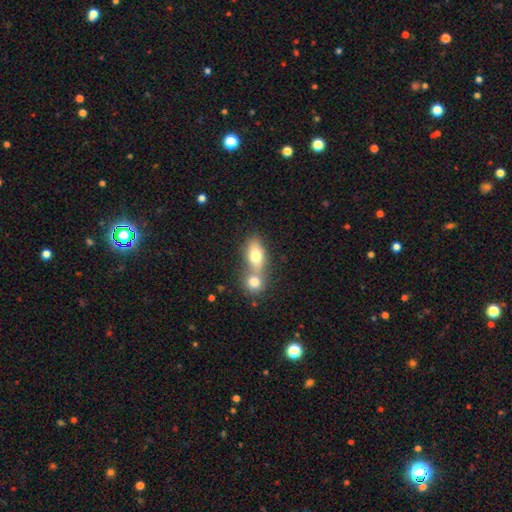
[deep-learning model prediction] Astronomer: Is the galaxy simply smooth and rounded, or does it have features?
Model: smooth — 73%.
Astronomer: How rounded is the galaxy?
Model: in between — 75%.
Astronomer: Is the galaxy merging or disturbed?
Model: merger — 59%.